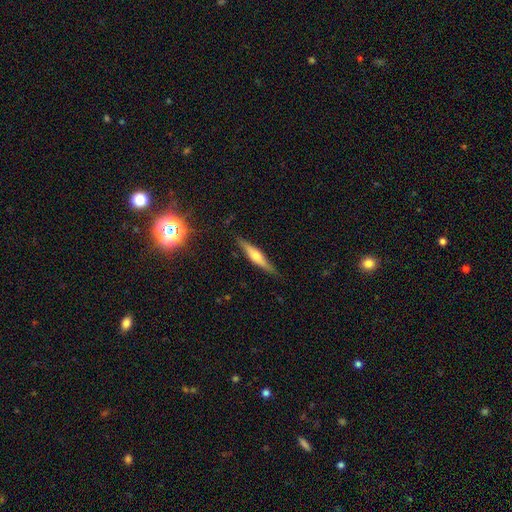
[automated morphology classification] Smooth or featured: featured or disk — 60% (smooth — 33%)
Edge-on disk: yes — 96% (no — 4%)
Edge-on bulge: rounded — 89% (boxy — 6%)
Merging: none — 86% (minor disturbance — 10%)